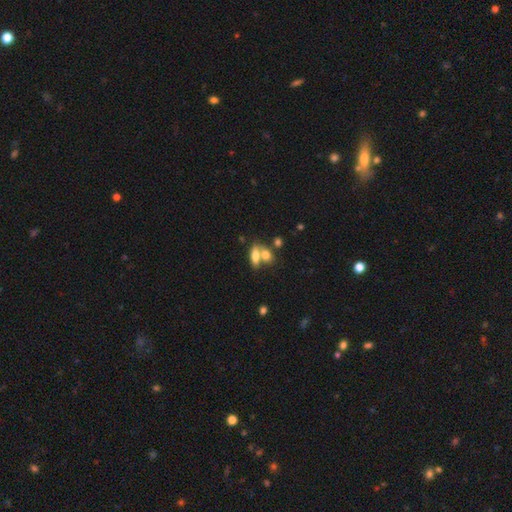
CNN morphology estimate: A smooth galaxy with no disk features (66%) that is in between round and cigar-shaped (72%). Merging: merger (49%).